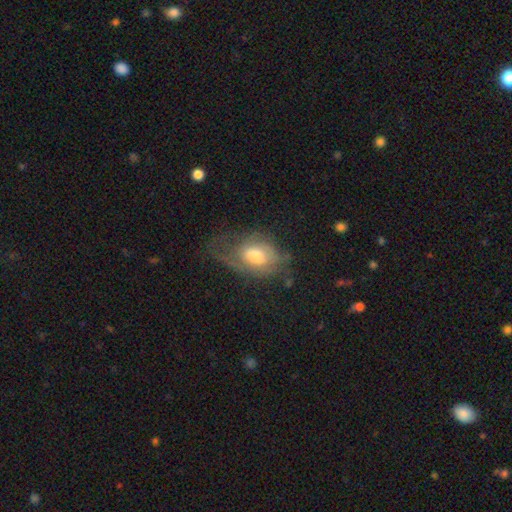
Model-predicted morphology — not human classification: smooth_or_featured: featured or disk (p=0.46) [tied with: smooth p=0.46]
merging: none (p=0.35) [alt: major disturbance p=0.34]